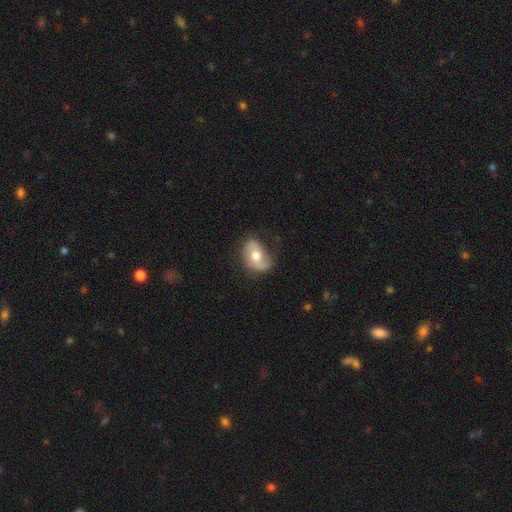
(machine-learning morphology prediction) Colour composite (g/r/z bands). It shows a featured or disk galaxy (56%) with no bar (59%), spiral arms (81%) and a moderate central bulge (73%). Merging: none (61%).